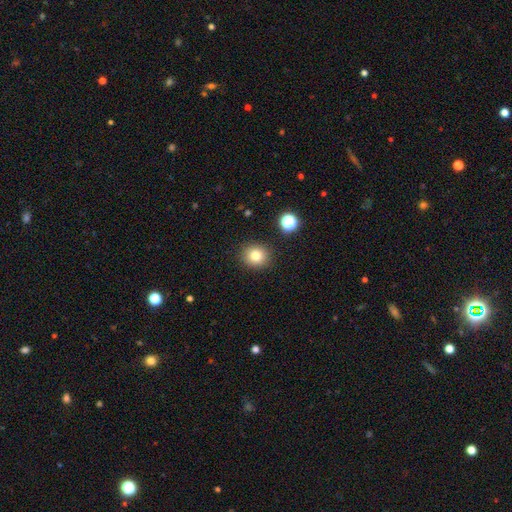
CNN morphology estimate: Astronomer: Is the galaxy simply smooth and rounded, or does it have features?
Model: smooth — 80%.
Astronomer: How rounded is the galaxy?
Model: round — 87%.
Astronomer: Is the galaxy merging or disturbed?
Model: none — 89%.